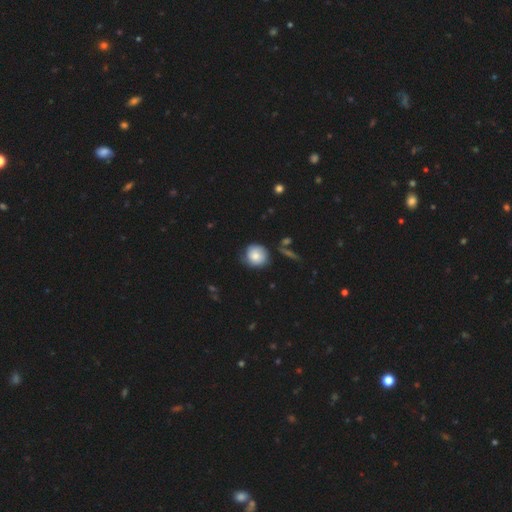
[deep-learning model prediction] Smooth or featured?
  - smooth: 73% *
  - featured or disk: 20%
  - star or artifact: 8%
How rounded?
  - round: 85% *
  - in between: 14%
  - cigar-shaped: 1%
Merging?
  - none: 62% *
  - minor disturbance: 26%
  - major disturbance: 8%
  - merger: 3%